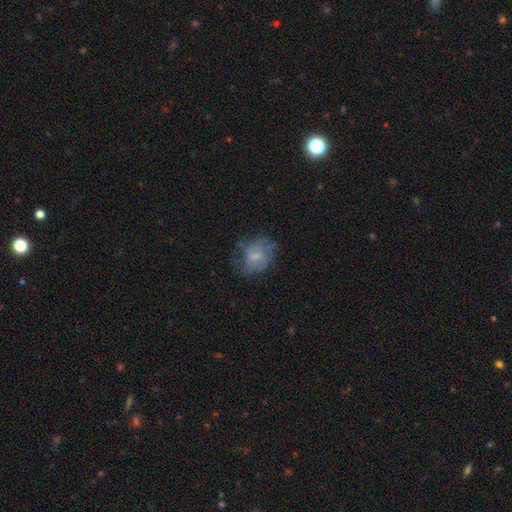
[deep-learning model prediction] Smooth or featured? smooth (51%)
How rounded? in between (50%)
Merging? none (52%)